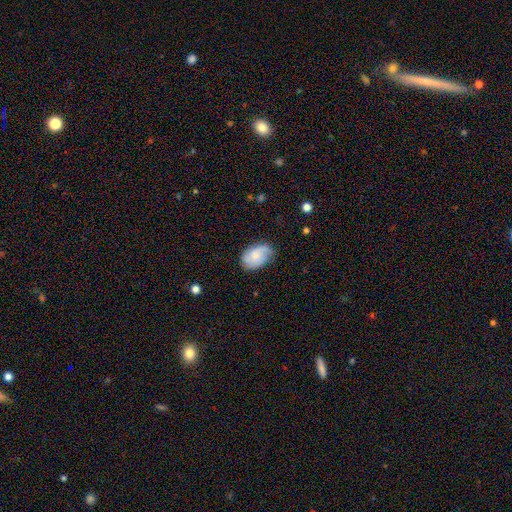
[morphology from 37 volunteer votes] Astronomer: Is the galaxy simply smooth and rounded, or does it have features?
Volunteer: smooth — 49% (runner-up: featured or disk, 46%).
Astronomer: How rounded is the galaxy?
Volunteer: in between — 78%.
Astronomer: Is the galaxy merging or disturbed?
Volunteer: none — 66%.